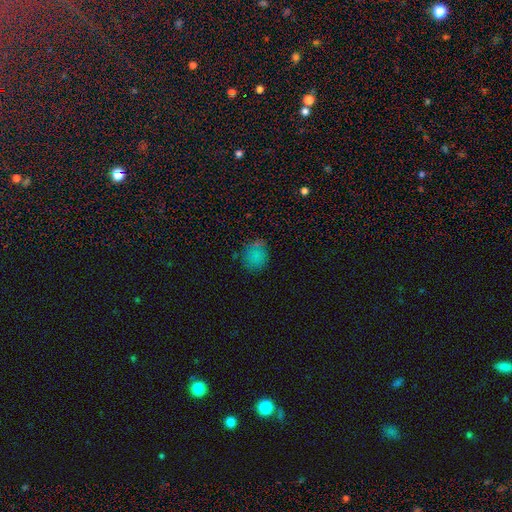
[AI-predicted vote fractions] Smooth or featured: smooth — 77% (star or artifact — 16%)
How rounded: round — 74% (in between — 25%)
Merging: none — 73% (minor disturbance — 17%)